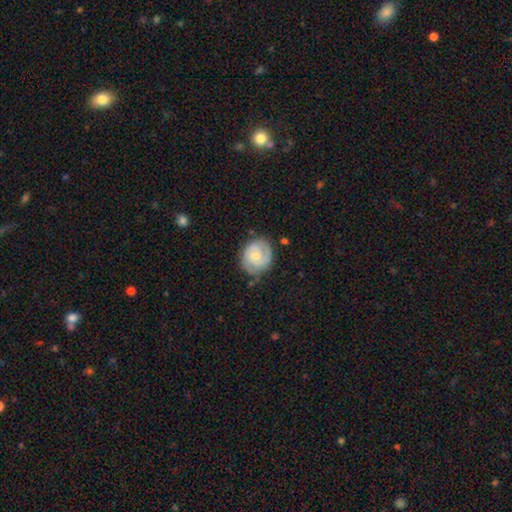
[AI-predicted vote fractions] A featured or disk galaxy (70%) with no bar (62%), 2 (65%) tight (58%) spiral arms (92%) and a small central bulge (55%). Merging: none (70%).